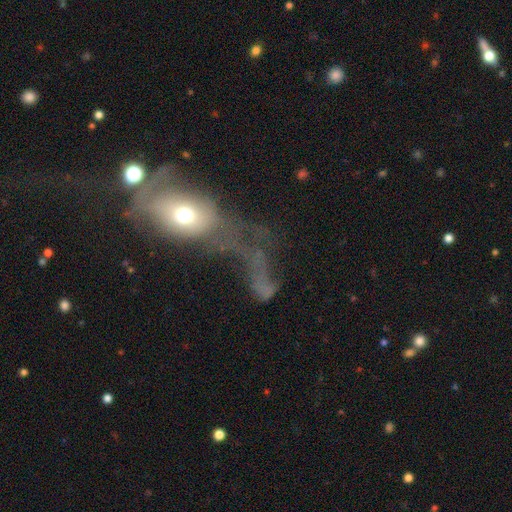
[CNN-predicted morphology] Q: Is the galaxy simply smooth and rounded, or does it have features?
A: smooth — 43%.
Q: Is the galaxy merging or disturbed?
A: major disturbance — 52%.